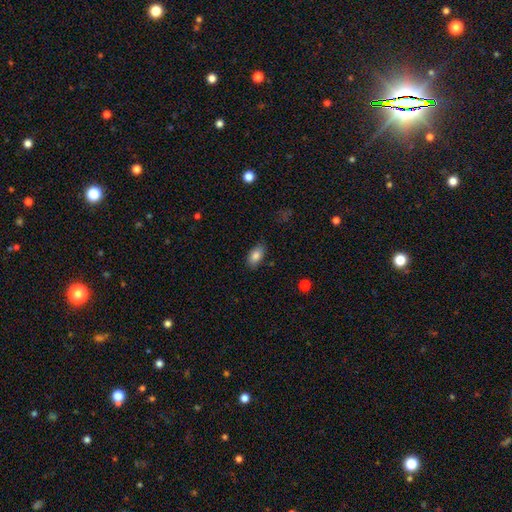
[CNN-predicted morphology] The model was most divided on "merging": none: 80%, minor disturbance: 16%, major disturbance: 3%, merger: 1%. More confident: how rounded — in between (91%); smooth or featured — smooth (83%).